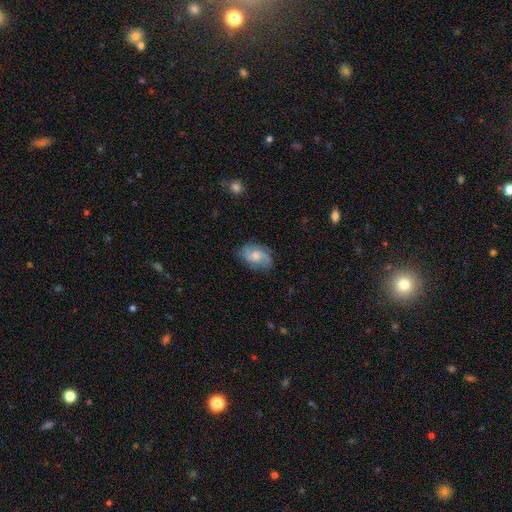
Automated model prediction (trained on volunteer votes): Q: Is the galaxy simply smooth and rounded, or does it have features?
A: featured or disk — 62%.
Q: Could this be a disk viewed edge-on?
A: no — 96%.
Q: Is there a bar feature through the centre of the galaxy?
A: no — 62%.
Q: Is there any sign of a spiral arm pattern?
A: yes — 91%.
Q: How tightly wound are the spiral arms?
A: medium — 46%.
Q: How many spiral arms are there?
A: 2 — 56%.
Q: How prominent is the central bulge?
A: moderate — 53%.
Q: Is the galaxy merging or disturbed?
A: none — 72%.